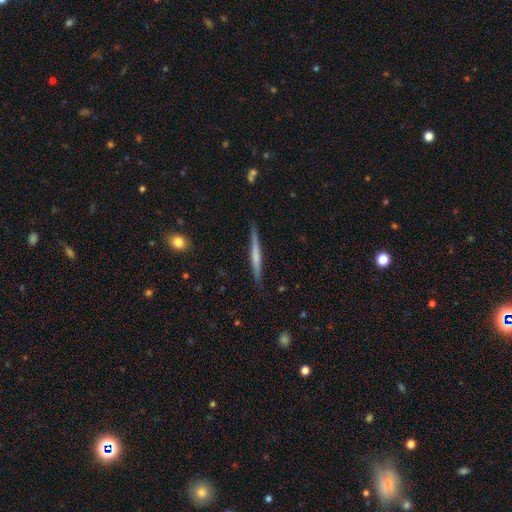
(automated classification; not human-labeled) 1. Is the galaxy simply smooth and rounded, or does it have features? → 48% featured or disk, 46% smooth, 5% star or artifact.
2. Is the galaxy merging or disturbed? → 87% none, 10% minor disturbance, 2% major disturbance, 1% merger.